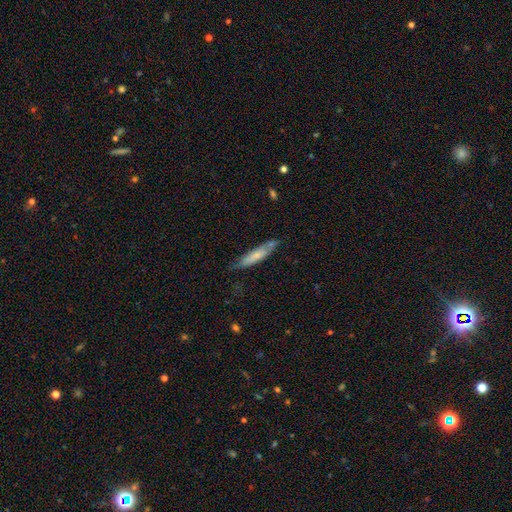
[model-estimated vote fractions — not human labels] Morphology: type=smooth (66%); roundness=cigar-shaped (84%); merging=none (64%).